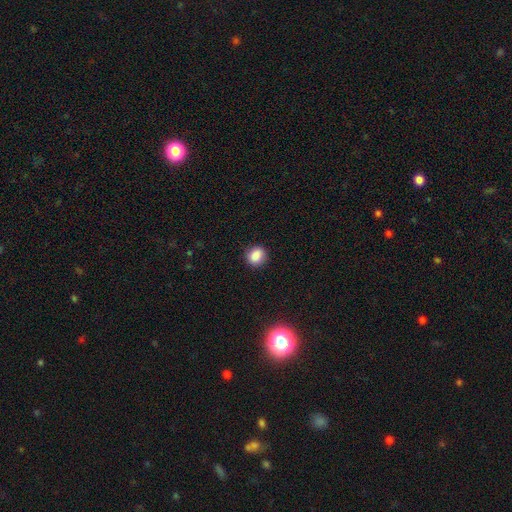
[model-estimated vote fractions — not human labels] This appears to be a smooth galaxy with no disk features (87%) that is round (76%). Merging: none (88%).